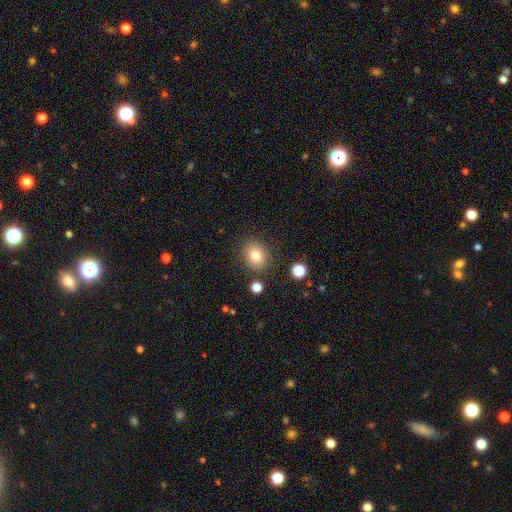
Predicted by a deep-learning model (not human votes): A smooth galaxy with no disk features (81%) that is round (58%).

Vote fractions:
- Smooth or featured? smooth: 81% / star or artifact: 11% / featured or disk: 8%
- How rounded? round: 58% / in between: 41% / cigar-shaped: 1%
- Merging? none: 84% / minor disturbance: 10% / merger: 3% / major disturbance: 3%